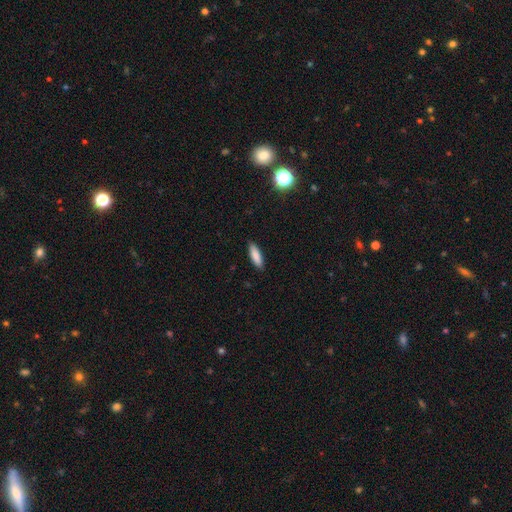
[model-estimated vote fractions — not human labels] Smooth or featured? smooth (87%)
How rounded? cigar-shaped (52%)
Merging? none (89%)